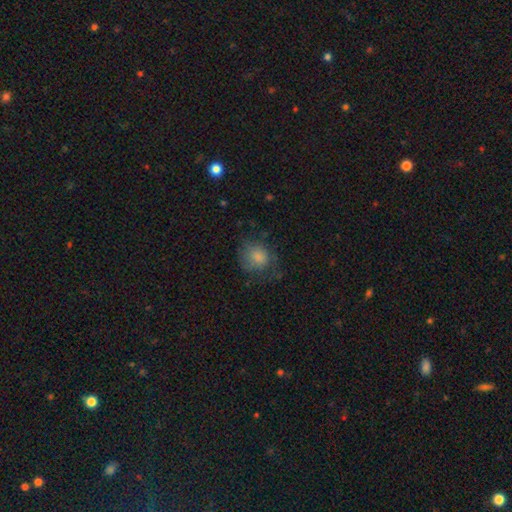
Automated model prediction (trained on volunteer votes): smooth_or_featured: smooth (p=0.76) [alt: featured or disk p=0.14]
how_rounded: round (p=0.73) [alt: in between p=0.26]
merging: none (p=0.57) [alt: minor disturbance p=0.26]